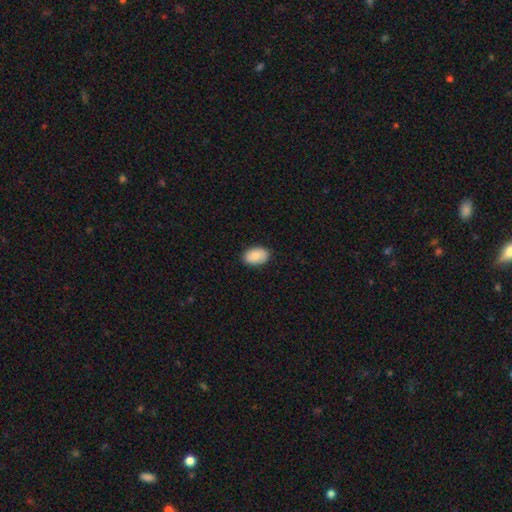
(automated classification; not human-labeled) Overall: smooth (86%). How rounded: in between (89%). Merging: none (88%).